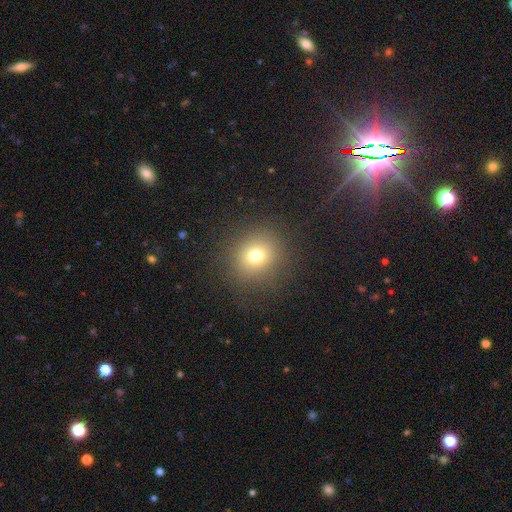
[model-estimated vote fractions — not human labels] smooth-or-featured: smooth: 74% | star or artifact: 16% | featured or disk: 10%
  how-rounded: round: 86% | in between: 13% | cigar-shaped: 1%
  merging: none: 86% | minor disturbance: 8% | major disturbance: 5% | merger: 1%